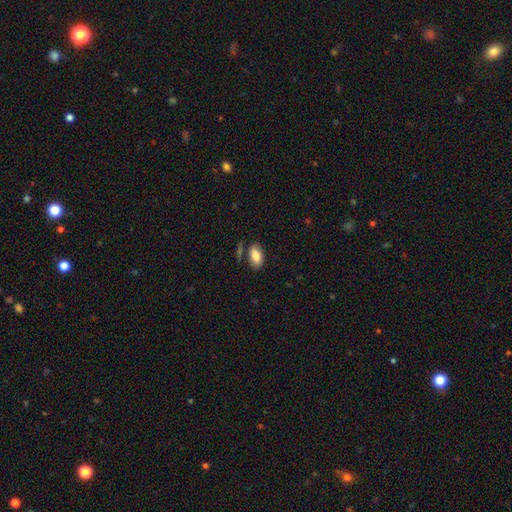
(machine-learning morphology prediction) The model was most divided on "merging": none: 74%, minor disturbance: 15%, merger: 7%, major disturbance: 4%. More confident: how rounded — in between (93%); smooth or featured — smooth (84%).